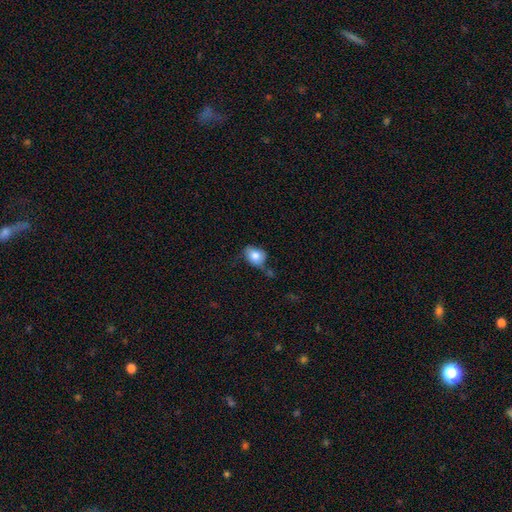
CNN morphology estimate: The model was most divided on "merging": none: 47%, minor disturbance: 32%, major disturbance: 12%, merger: 9%. More confident: smooth or featured — smooth (80%); how rounded — in between (63%).